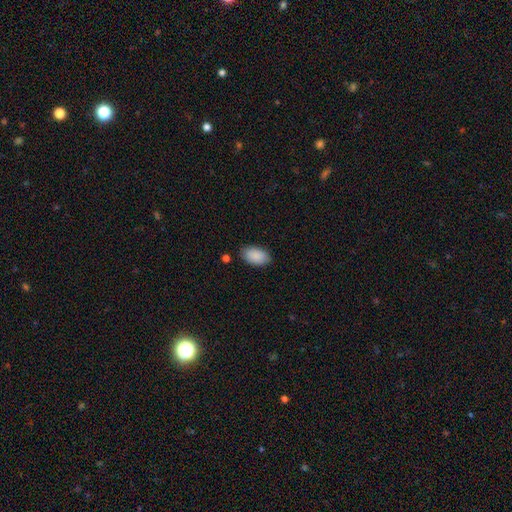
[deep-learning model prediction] Morphology: type=smooth (89%); roundness=in between (94%); merging=none (85%).